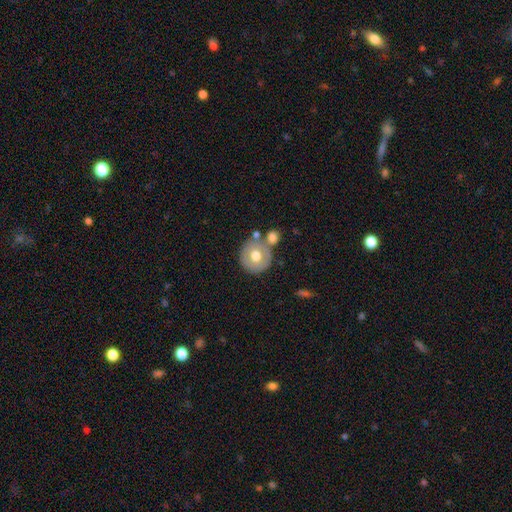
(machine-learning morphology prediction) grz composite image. It shows a smooth galaxy with no disk features (61%) that is round (91%). Merging: none (64%).